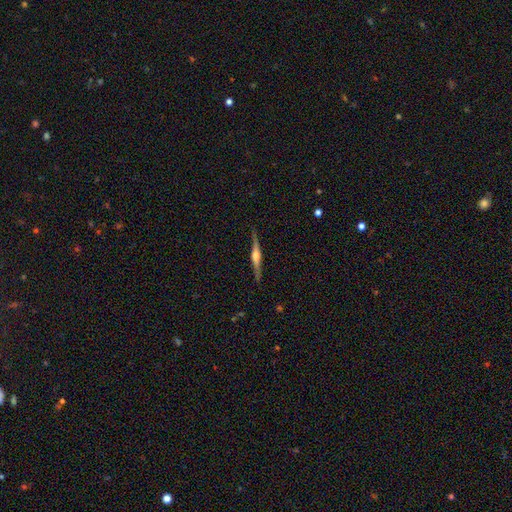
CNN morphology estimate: This is likely a featured or disk galaxy (79%). It is clearly viewed edge-on (98%). Edge-on bulge: clearly rounded (85%). Merging: clearly none (88%).